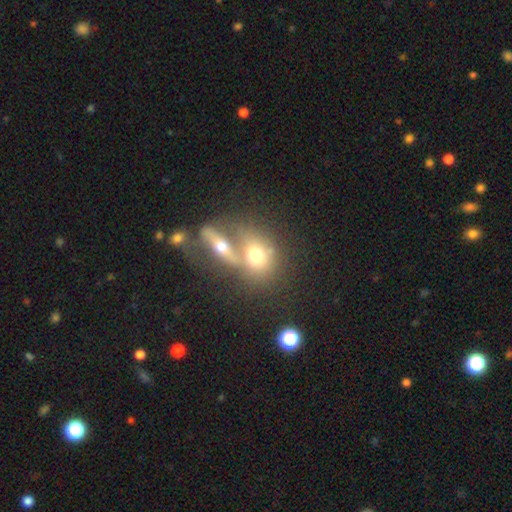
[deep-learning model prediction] smooth_or_featured: smooth (p=0.58) [alt: featured or disk p=0.31]
how_rounded: round (p=0.48) [alt: in between p=0.47]
merging: merger (p=0.53) [alt: none p=0.33]